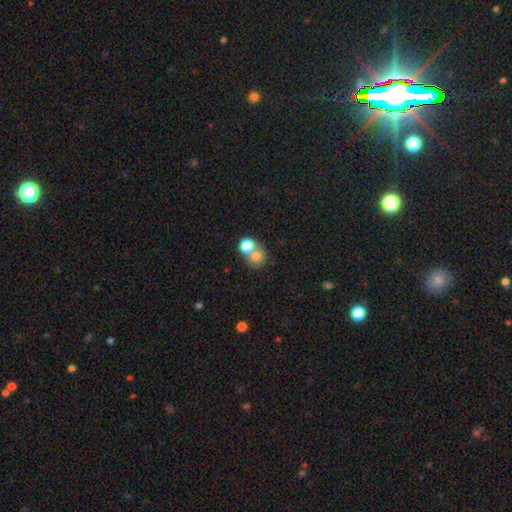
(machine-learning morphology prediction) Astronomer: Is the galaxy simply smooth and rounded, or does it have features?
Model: smooth — 74%.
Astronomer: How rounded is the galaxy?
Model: round — 73%.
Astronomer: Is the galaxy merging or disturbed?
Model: merger — 53% (runner-up: none, 35%).